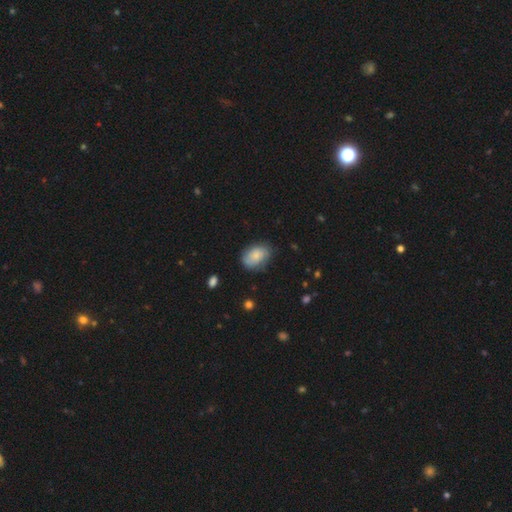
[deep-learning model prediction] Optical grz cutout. It shows a smooth galaxy with no disk features (67%) that is in between round and cigar-shaped (81%). Merging: none (69%).